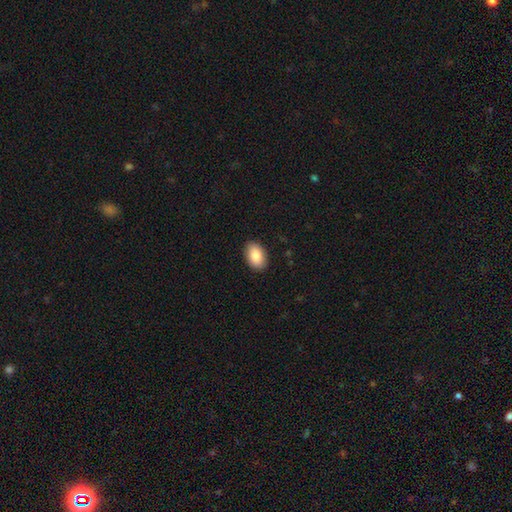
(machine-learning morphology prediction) Q: Smooth or featured?
A: smooth (89%); runner-up: star or artifact (6%)
Q: How rounded?
A: in between (91%); runner-up: round (7%)
Q: Merging?
A: none (89%); runner-up: minor disturbance (8%)